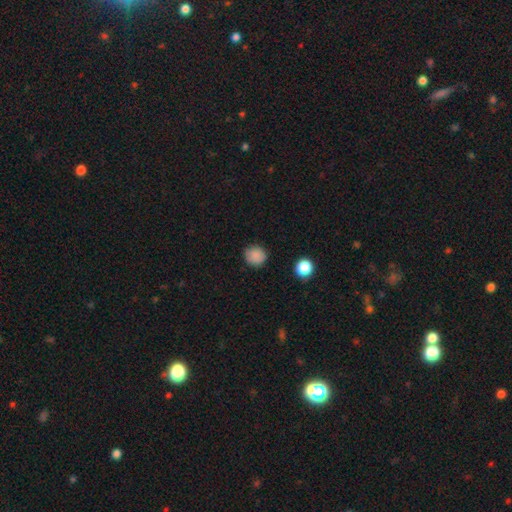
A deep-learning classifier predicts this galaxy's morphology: smooth 85%, star or artifact 11%, featured or disk 4%. Down the decision tree: how rounded — round (91%); merging — none (85%).